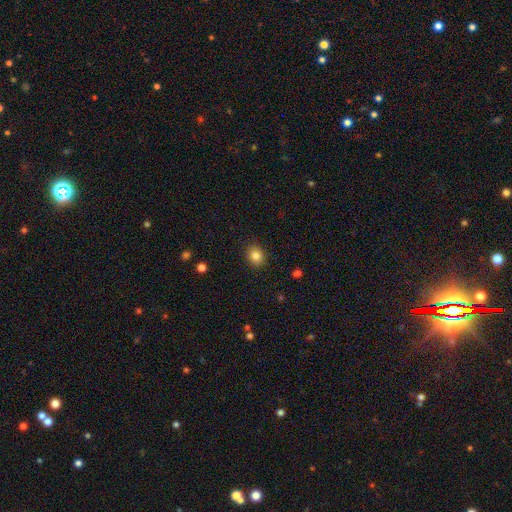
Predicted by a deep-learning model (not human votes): smooth 84%, star or artifact 10%, featured or disk 5%. Down the decision tree: how rounded — round (57%); merging — none (89%).